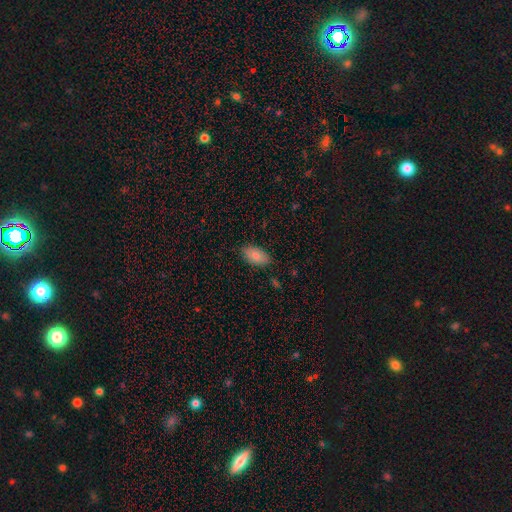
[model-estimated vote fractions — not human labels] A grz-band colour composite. It shows a smooth galaxy with no disk features (85%) that is in between round and cigar-shaped (94%). Merging: none (85%).